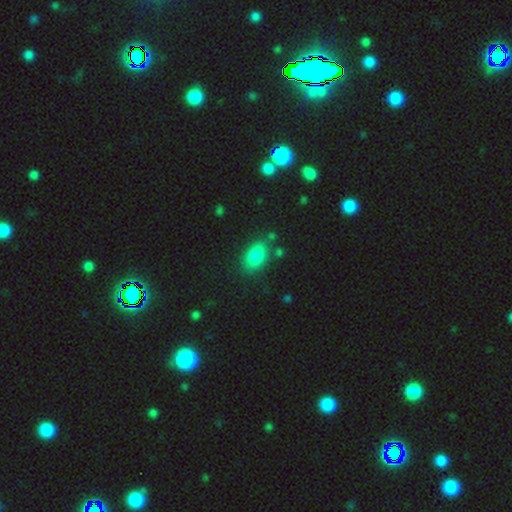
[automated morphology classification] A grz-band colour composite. It shows a smooth galaxy with no disk features (84%) that is in between round and cigar-shaped (86%). Merging: none (76%).